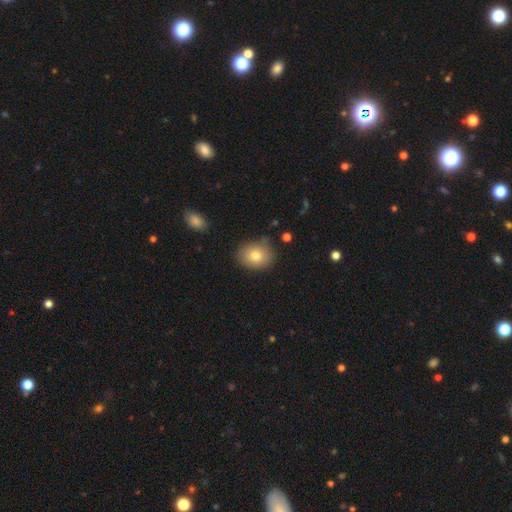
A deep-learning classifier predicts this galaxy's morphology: This appears to be a smooth galaxy with no disk features (79%) that is in between round and cigar-shaped (54%). Merging: none (80%).